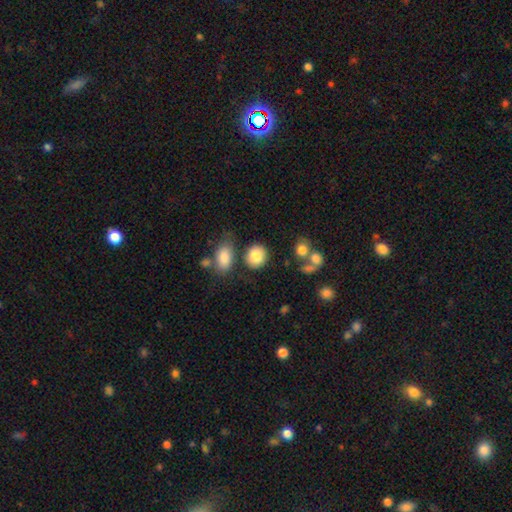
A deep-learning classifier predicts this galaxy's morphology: Smooth or featured? Predicted: smooth (p=0.84). How rounded? Predicted: round (p=0.70). Merging? Predicted: none (p=0.74).